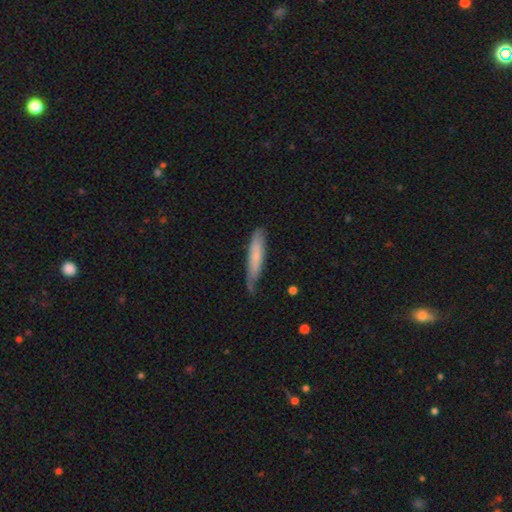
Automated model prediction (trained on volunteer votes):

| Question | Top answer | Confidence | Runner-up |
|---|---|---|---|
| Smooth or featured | smooth | 64% | featured or disk (31%) |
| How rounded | cigar-shaped | 87% | in between (12%) |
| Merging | none | 63% | minor disturbance (30%) |